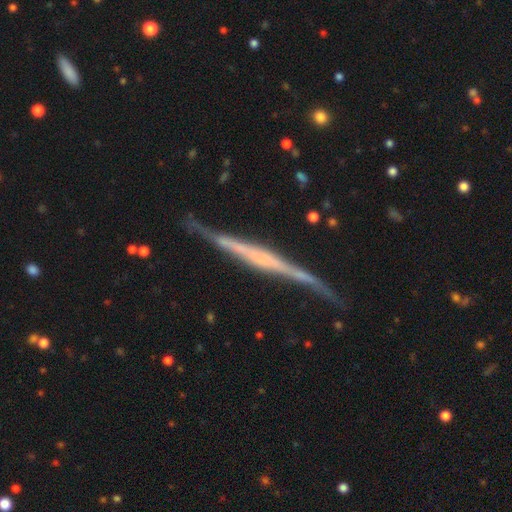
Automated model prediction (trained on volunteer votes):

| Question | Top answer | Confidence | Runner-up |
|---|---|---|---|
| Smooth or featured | featured or disk | 82% | smooth (12%) |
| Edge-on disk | yes | 97% | no (3%) |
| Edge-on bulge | none | 40% | boxy (32%) |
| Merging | none | 77% | minor disturbance (17%) |